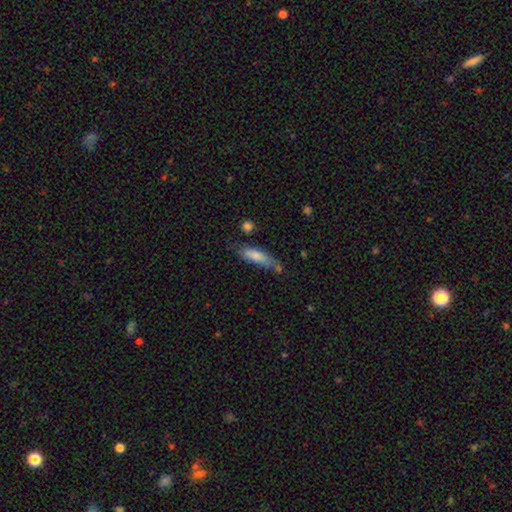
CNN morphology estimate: Smooth or featured?
  - smooth: 78% *
  - featured or disk: 16%
  - star or artifact: 6%
How rounded?
  - cigar-shaped: 50% *
  - in between: 48%
  - round: 2%
Merging?
  - none: 53% *
  - minor disturbance: 29%
  - major disturbance: 9%
  - merger: 9%